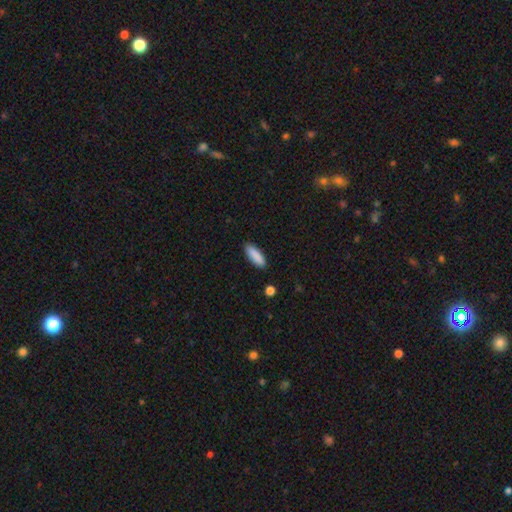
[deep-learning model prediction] smooth-or-featured: smooth: 89% | star or artifact: 6% | featured or disk: 5%
  how-rounded: in between: 54% | cigar-shaped: 45% | round: 2%
  merging: none: 88% | minor disturbance: 9% | major disturbance: 2% | merger: 2%